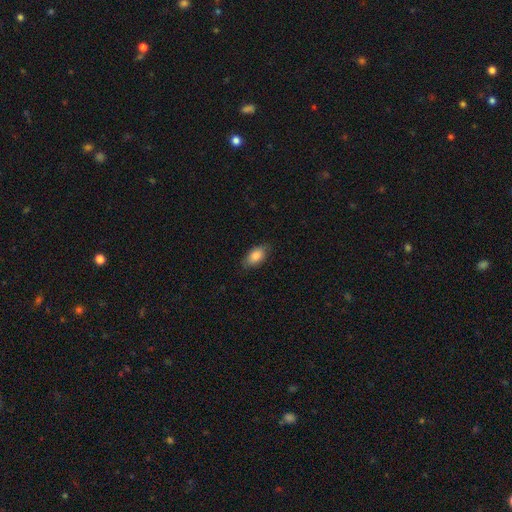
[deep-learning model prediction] A smooth galaxy with no disk features (83%) that is in between round and cigar-shaped (91%). Merging: none (81%).